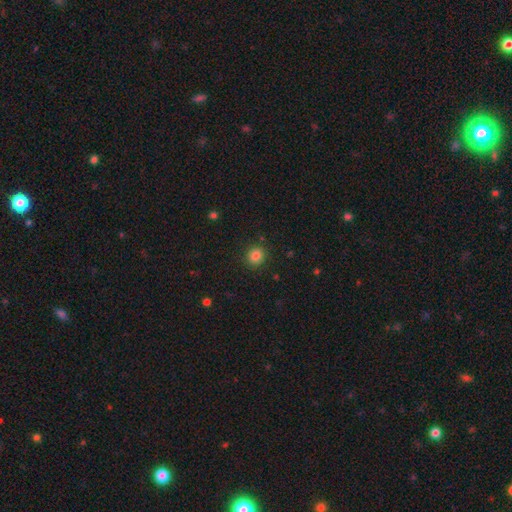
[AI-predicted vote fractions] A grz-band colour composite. It shows a smooth galaxy with no disk features (83%) that is round (84%). Merging: none (89%).